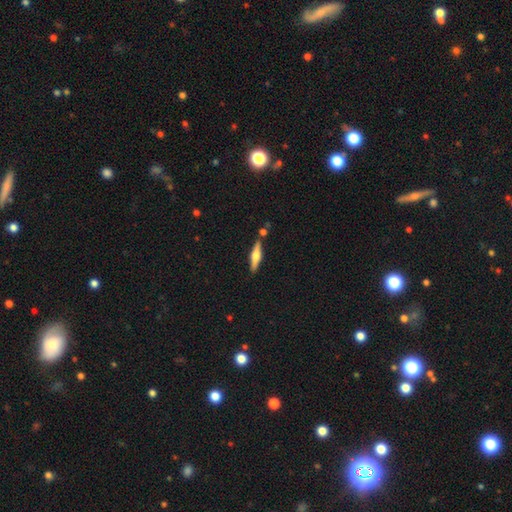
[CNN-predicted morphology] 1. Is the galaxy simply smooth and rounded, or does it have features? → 60% featured or disk, 34% smooth, 6% star or artifact.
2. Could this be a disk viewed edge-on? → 96% yes, 4% no.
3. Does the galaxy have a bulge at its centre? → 88% rounded, 9% boxy, 3% none.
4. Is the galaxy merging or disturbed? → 84% none, 9% minor disturbance, 5% merger, 2% major disturbance.